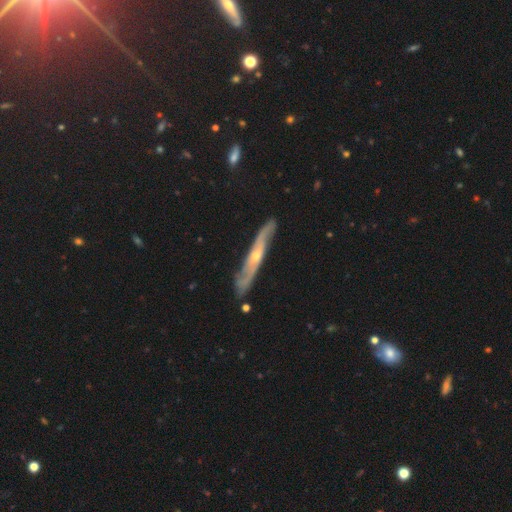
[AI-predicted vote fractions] Morphology: type=featured or disk (75%); edge-on=yes (71%); edge-on bulge=rounded (76%); merging=none (80%).